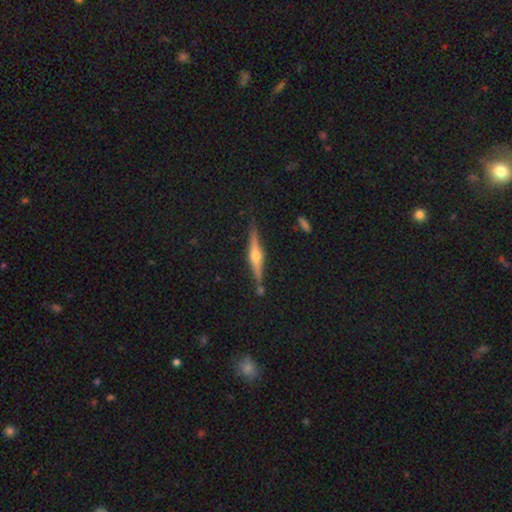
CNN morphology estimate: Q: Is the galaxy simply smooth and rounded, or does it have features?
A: featured or disk — 77%.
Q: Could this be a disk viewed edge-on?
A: yes — 98%.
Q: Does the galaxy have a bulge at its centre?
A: rounded — 92%.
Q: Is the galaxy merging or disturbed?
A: none — 85%.